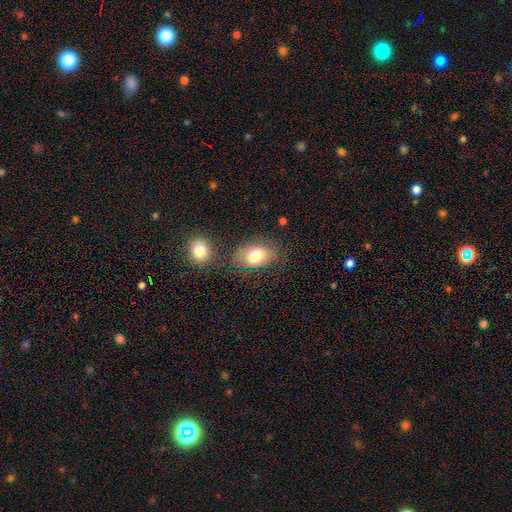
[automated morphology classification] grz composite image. It shows a smooth galaxy with no disk features (79%) that is in between round and cigar-shaped (80%). Merging: none (69%).